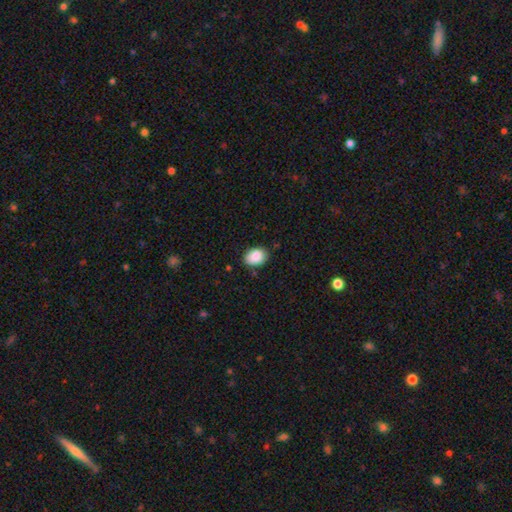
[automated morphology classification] Smooth or featured: smooth — 87% (star or artifact — 8%)
How rounded: in between — 71% (round — 28%)
Merging: none — 82% (minor disturbance — 14%)